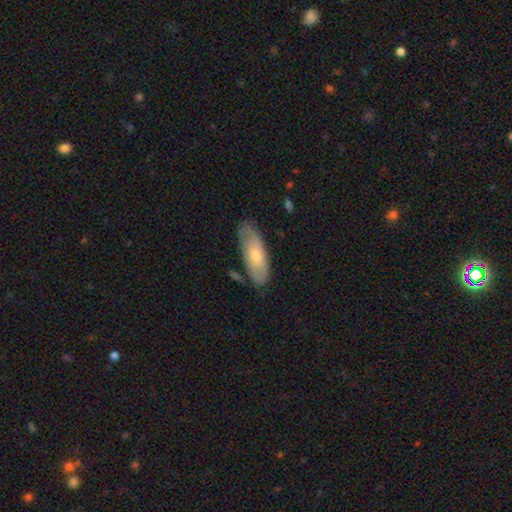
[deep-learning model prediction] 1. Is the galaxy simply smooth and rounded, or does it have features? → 59% smooth, 35% featured or disk, 6% star or artifact.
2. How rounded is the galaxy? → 73% in between, 25% cigar-shaped, 2% round.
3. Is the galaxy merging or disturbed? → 72% none, 20% minor disturbance, 5% major disturbance, 3% merger.